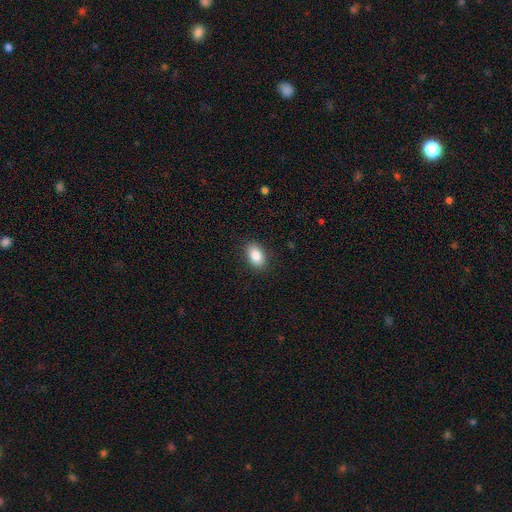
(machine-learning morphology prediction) Overall: smooth (88%). How rounded: in between (90%). Merging: none (87%).